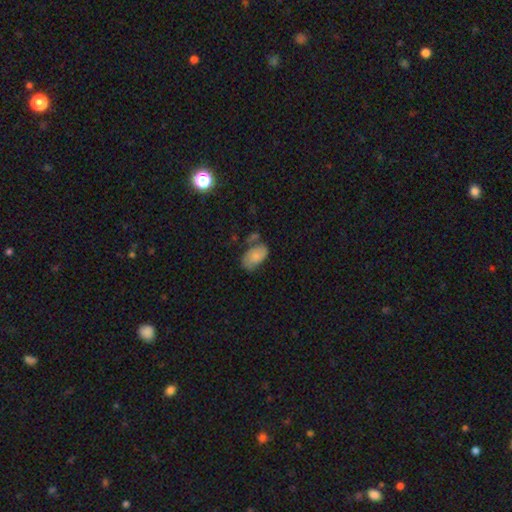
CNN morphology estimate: smooth-or-featured: smooth: 68% | featured or disk: 23% | star or artifact: 9%
  how-rounded: in between: 92% | round: 7% | cigar-shaped: 2%
  merging: none: 47% | minor disturbance: 28% | merger: 14% | major disturbance: 12%